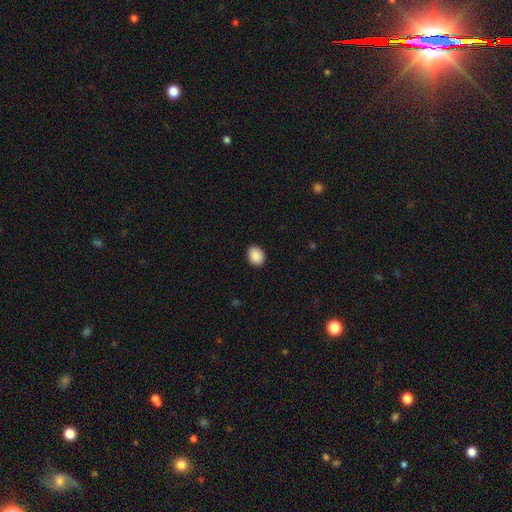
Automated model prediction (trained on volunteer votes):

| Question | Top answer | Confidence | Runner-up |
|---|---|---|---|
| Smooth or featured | smooth | 90% | star or artifact (8%) |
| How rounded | in between | 54% | round (45%) |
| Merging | none | 90% | minor disturbance (7%) |